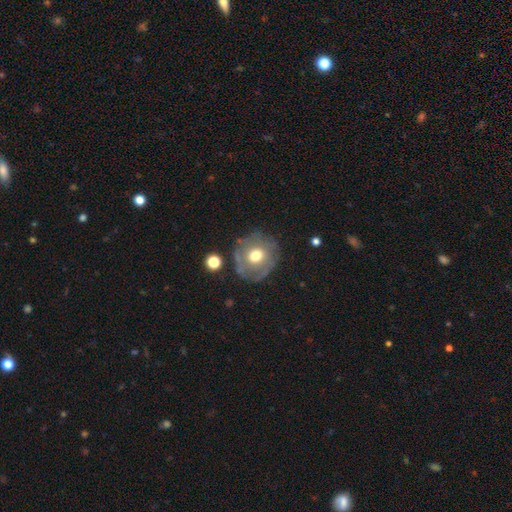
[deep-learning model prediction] smooth_or_featured: smooth (p=0.51) [alt: featured or disk p=0.40]
how_rounded: round (p=0.86) [alt: in between p=0.13]
merging: none (p=0.70) [alt: minor disturbance p=0.18]